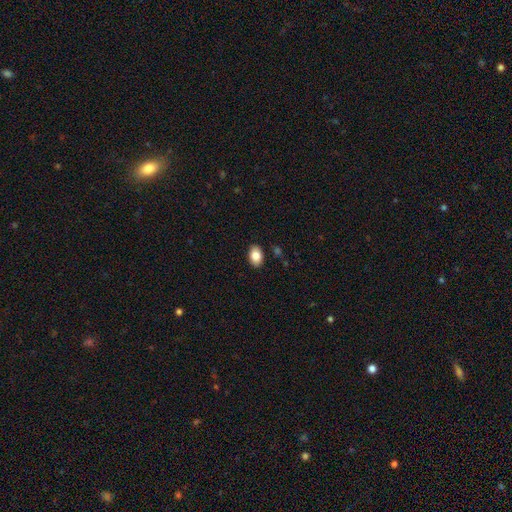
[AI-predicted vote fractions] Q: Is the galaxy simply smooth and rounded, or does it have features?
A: smooth — 84%.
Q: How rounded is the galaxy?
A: in between — 86%.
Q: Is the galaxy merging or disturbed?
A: none — 89%.